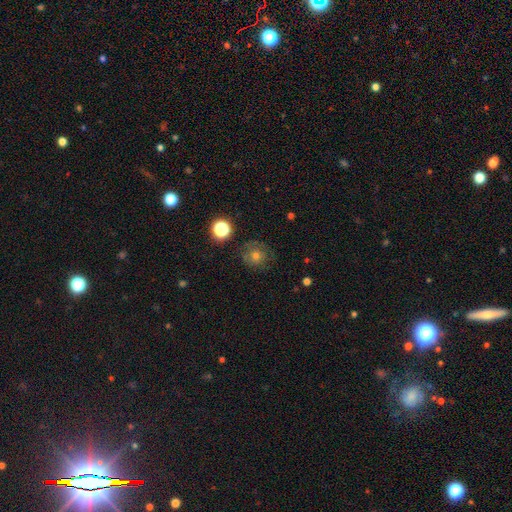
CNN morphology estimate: This is possibly a smooth galaxy (57%). How rounded: clearly round (91%). Merging: likely none (79%).